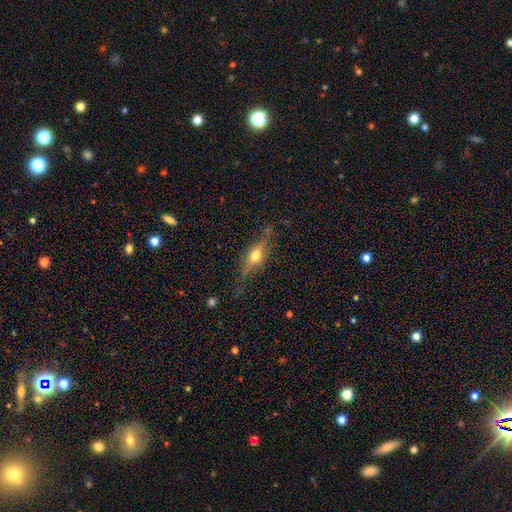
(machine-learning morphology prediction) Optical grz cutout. It shows a featured or disk galaxy (57%) viewed edge-on (90%) with a rounded central bulge (93%). Merging: none (76%).